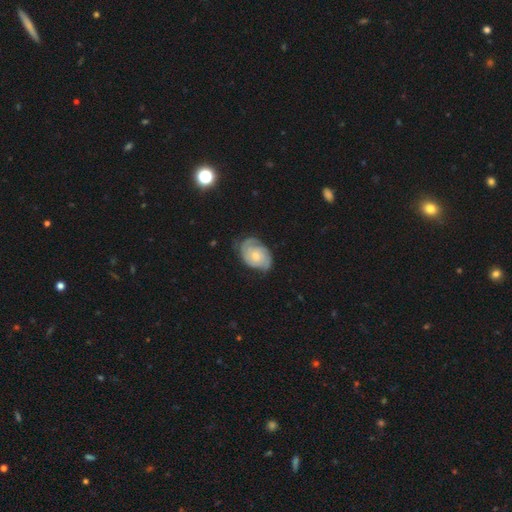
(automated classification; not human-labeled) Smooth or featured? Predicted: featured or disk (p=0.74). Edge-on disk? Predicted: no (p=0.97). Bar? Predicted: no (p=0.76). Spiral arms? Predicted: yes (p=0.93). Spiral winding? Predicted: tight (p=0.63). Spiral arm count? Predicted: 2 (p=0.44). Bulge size? Predicted: small (p=0.53). Merging? Predicted: none (p=0.63).